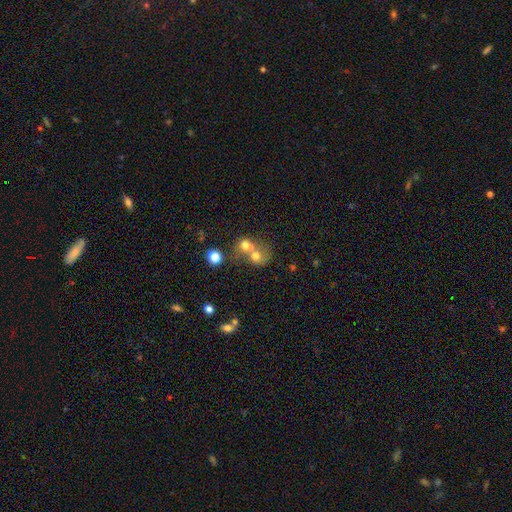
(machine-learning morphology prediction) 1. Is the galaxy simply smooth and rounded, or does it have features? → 62% smooth, 24% featured or disk, 14% star or artifact.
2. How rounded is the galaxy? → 72% round, 27% in between, 1% cigar-shaped.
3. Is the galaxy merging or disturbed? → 63% merger, 25% none, 7% minor disturbance, 5% major disturbance.